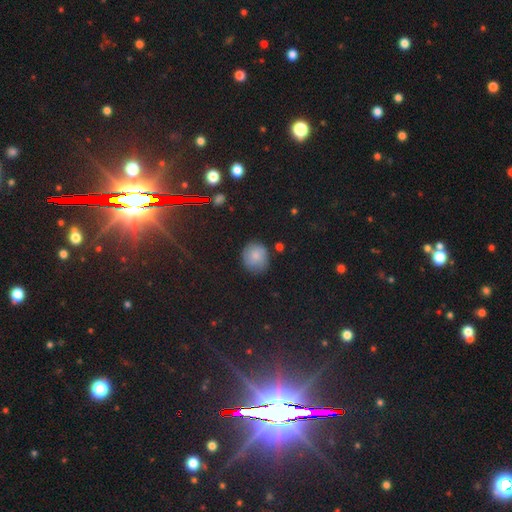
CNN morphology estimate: smooth 75%, star or artifact 13%, featured or disk 12%. Down the decision tree: how rounded — round (83%); merging — none (77%).